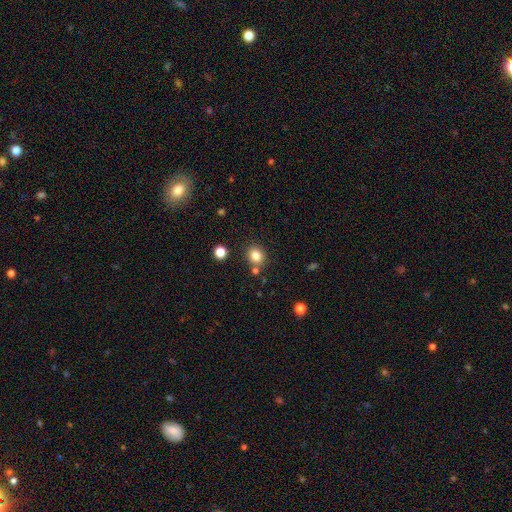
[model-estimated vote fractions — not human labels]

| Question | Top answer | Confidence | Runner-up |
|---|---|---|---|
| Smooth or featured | smooth | 83% | star or artifact (12%) |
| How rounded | round | 72% | in between (28%) |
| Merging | none | 79% | minor disturbance (10%) |